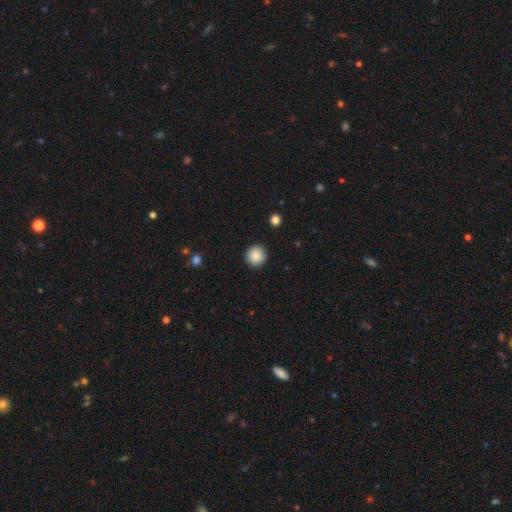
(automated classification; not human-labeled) The model was most divided on "smooth or featured": smooth: 88%, star or artifact: 8%, featured or disk: 4%. More confident: how rounded — round (94%); merging — none (92%).